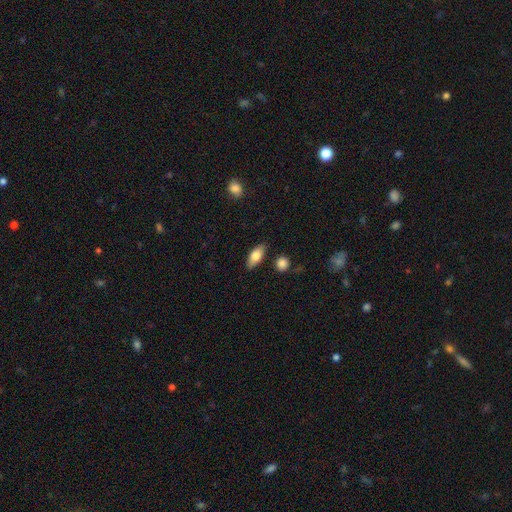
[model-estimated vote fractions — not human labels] Smooth or featured? Predicted: smooth (p=0.78). How rounded? Predicted: in between (p=0.83). Merging? Predicted: none (p=0.84).